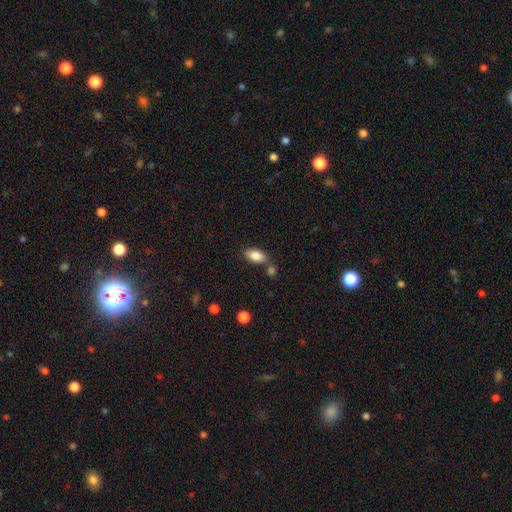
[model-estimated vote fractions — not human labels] Smooth or featured? Predicted: smooth (p=0.84). How rounded? Predicted: in between (p=0.90). Merging? Predicted: none (p=0.69).